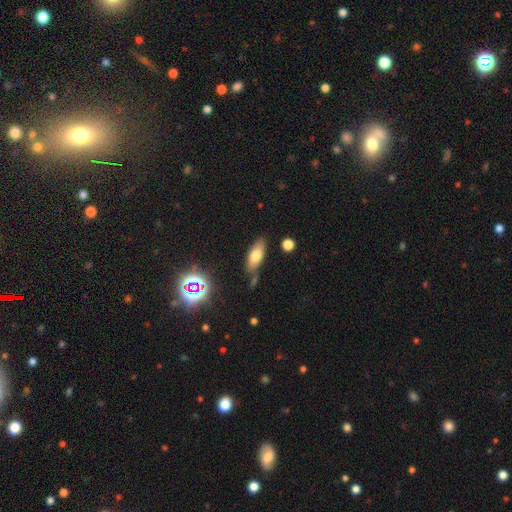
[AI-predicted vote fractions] This is likely a smooth galaxy (69%). How rounded: likely in between (76%). Merging: likely none (70%).